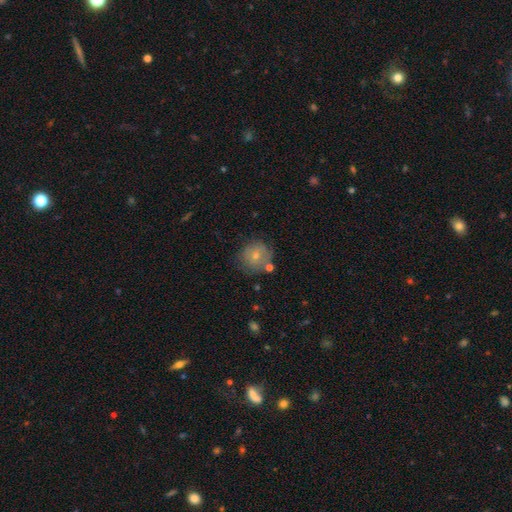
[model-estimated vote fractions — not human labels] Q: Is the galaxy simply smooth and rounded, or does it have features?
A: smooth — 73%.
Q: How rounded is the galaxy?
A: round — 91%.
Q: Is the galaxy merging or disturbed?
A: none — 71%.